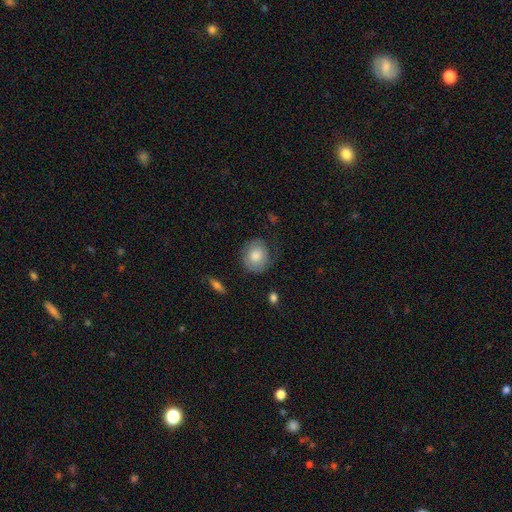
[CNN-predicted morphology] type=smooth (68%); roundness=round (81%); merging=none (68%).